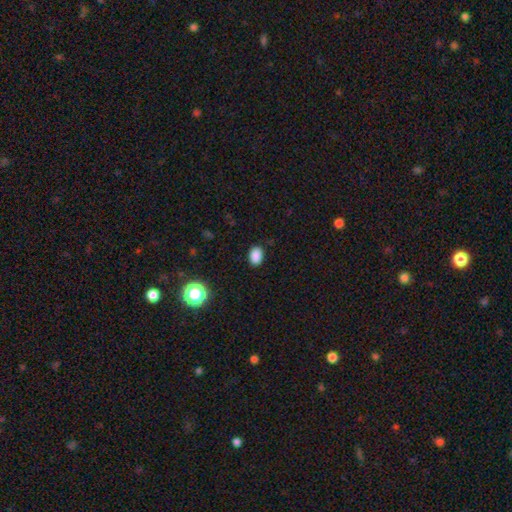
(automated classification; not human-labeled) smooth-or-featured: smooth: 86% | star or artifact: 11% | featured or disk: 3%
  how-rounded: in between: 78% | round: 21% | cigar-shaped: 1%
  merging: none: 87% | minor disturbance: 9% | major disturbance: 2% | merger: 1%